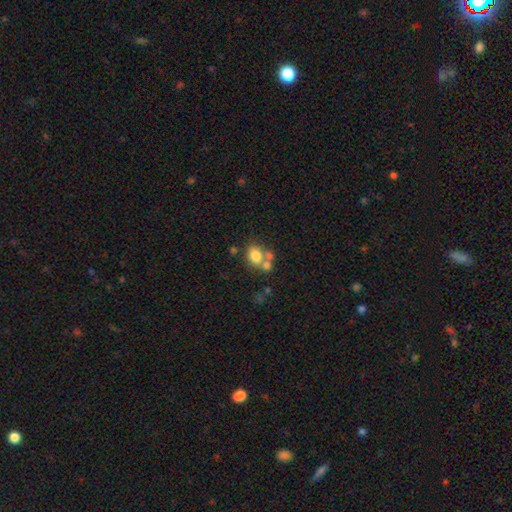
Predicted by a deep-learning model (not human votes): This is likely a smooth galaxy (75%). How rounded: possibly round (57%). Merging: possibly none (48%).